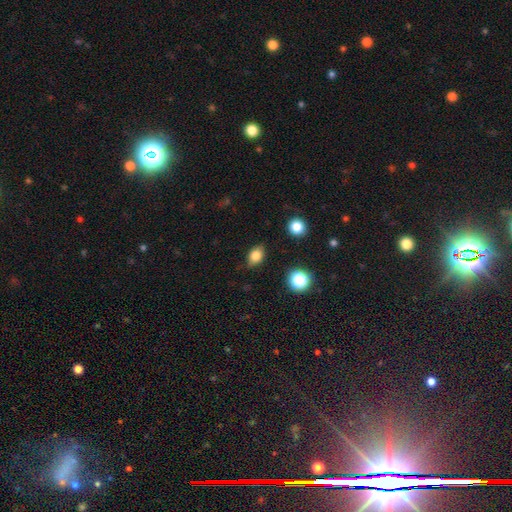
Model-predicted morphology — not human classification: smooth 80%, star or artifact 11%, featured or disk 9%. Down the decision tree: how rounded — in between (71%); merging — none (79%).